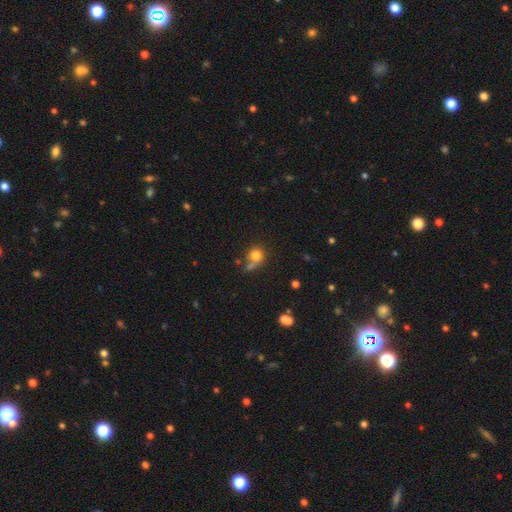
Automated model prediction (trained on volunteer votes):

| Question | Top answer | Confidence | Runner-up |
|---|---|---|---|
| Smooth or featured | smooth | 78% | star or artifact (12%) |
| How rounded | round | 83% | in between (16%) |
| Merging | none | 49% | merger (21%) |